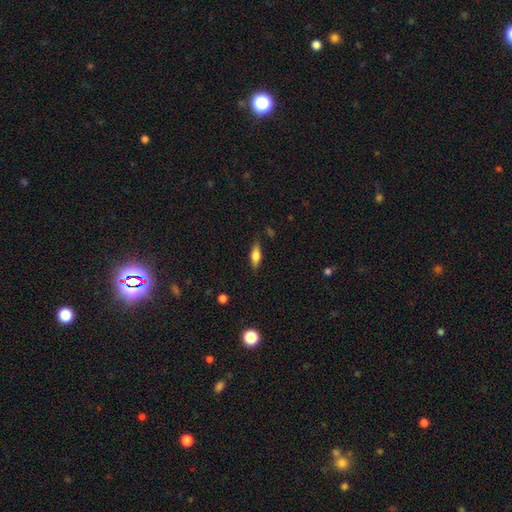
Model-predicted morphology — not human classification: Q: Smooth or featured?
A: smooth (61%); runner-up: featured or disk (31%)
Q: How rounded?
A: in between (57%); runner-up: cigar-shaped (39%)
Q: Merging?
A: none (82%); runner-up: minor disturbance (13%)